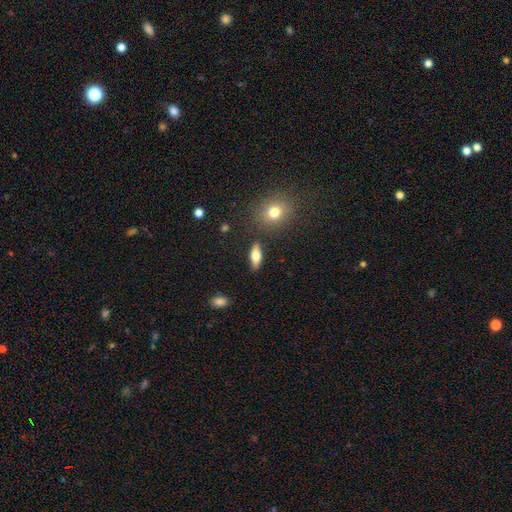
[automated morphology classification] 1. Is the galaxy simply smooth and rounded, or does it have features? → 63% smooth, 30% featured or disk, 7% star or artifact.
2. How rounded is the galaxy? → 69% in between, 27% cigar-shaped, 4% round.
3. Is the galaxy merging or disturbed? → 85% none, 9% minor disturbance, 3% merger, 3% major disturbance.